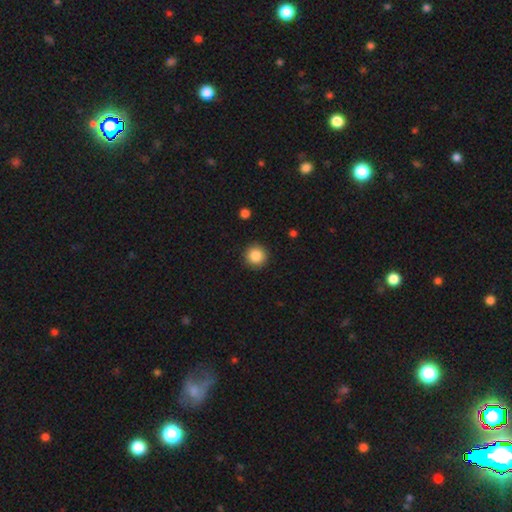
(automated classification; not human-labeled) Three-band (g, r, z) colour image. It shows a smooth galaxy with no disk features (86%) that is round (96%). Merging: none (92%).